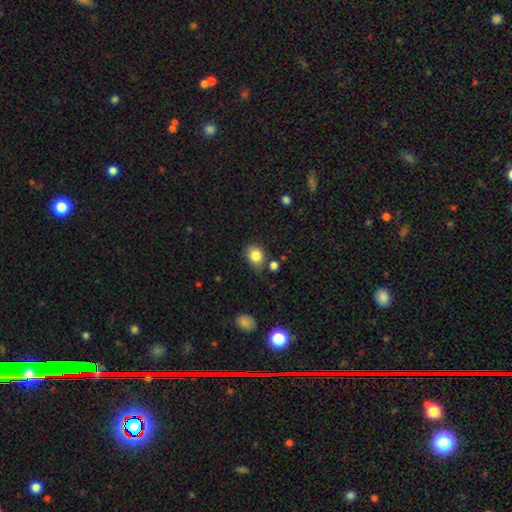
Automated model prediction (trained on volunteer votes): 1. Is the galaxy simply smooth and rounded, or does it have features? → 83% smooth, 10% star or artifact, 7% featured or disk.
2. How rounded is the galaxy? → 58% round, 41% in between, 1% cigar-shaped.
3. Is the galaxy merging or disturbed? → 67% none, 21% minor disturbance, 7% merger, 5% major disturbance.